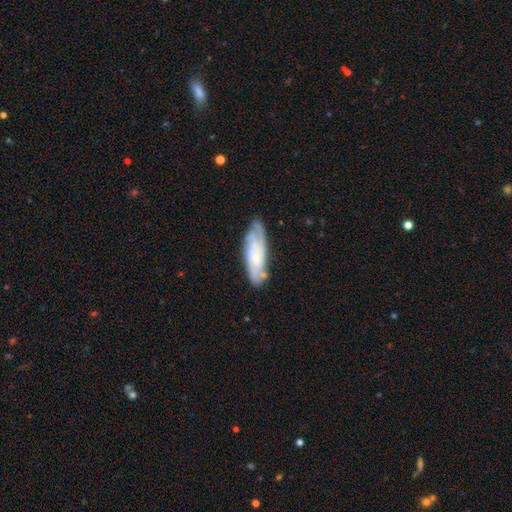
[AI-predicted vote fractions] This is likely a featured or disk galaxy (62%). It is likely not viewed edge-on (79%). Merging: likely none (69%).